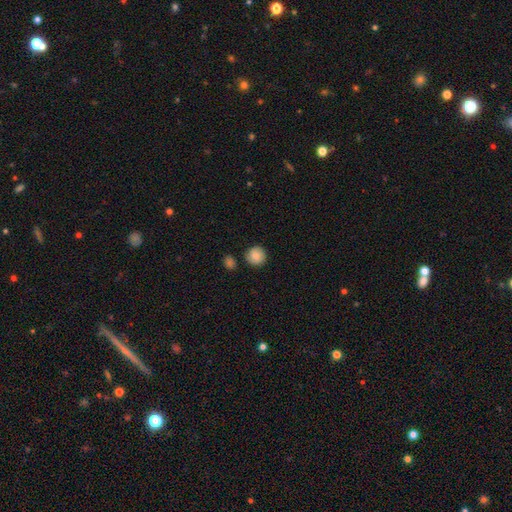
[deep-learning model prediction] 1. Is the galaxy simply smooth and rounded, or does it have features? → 81% smooth, 11% featured or disk, 8% star or artifact.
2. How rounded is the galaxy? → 92% round, 7% in between, 1% cigar-shaped.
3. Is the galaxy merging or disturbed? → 82% none, 11% minor disturbance, 4% merger, 3% major disturbance.